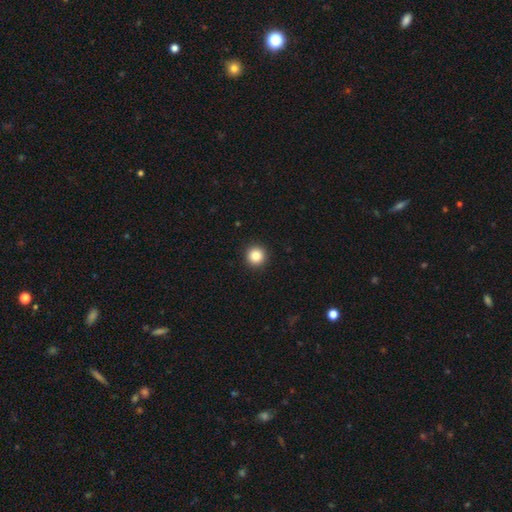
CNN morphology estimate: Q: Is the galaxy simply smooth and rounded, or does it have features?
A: smooth — 85%.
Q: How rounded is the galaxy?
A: round — 95%.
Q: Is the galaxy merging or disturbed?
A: none — 93%.